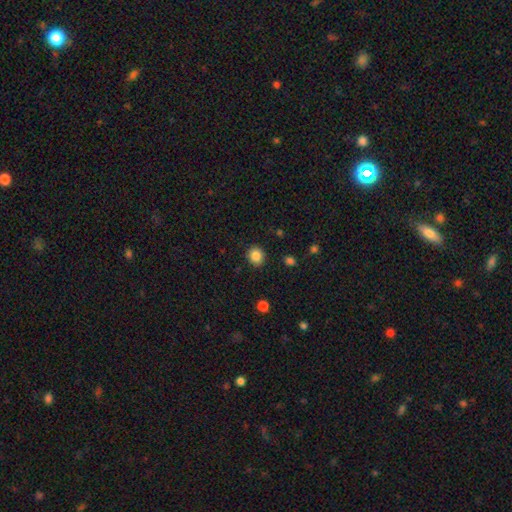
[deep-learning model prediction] Smooth or featured?
  - smooth: 86% *
  - star or artifact: 10%
  - featured or disk: 4%
How rounded?
  - round: 79% *
  - in between: 20%
  - cigar-shaped: 1%
Merging?
  - none: 89% *
  - minor disturbance: 7%
  - major disturbance: 2%
  - merger: 1%